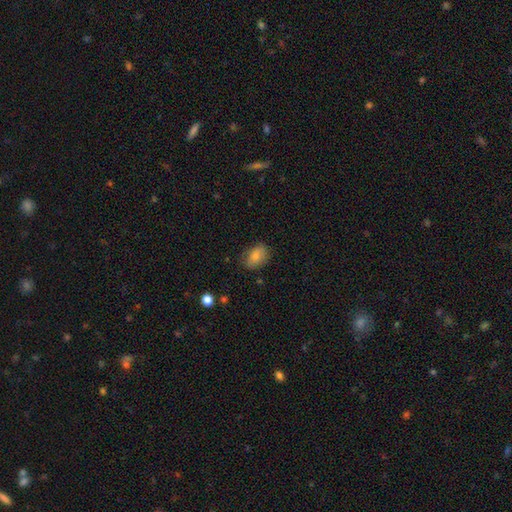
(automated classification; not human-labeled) Morphology: type=smooth (74%); roundness=in between (80%); merging=none (76%).